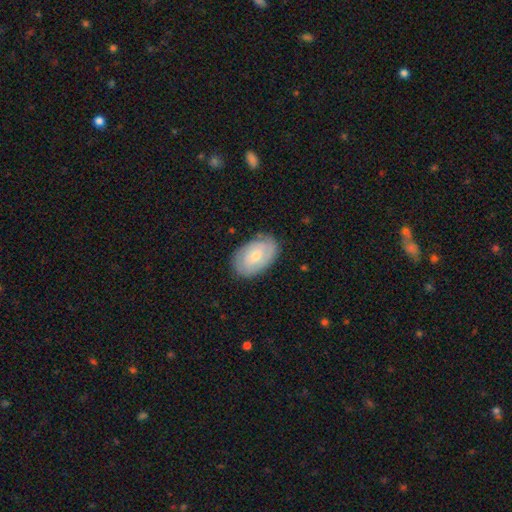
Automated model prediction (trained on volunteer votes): The model was most divided on "smooth or featured": featured or disk: 49%, smooth: 44%, star or artifact: 6%. More confident: merging — none (79%).